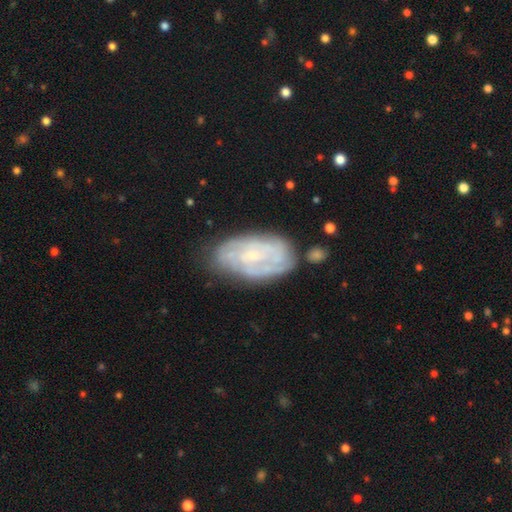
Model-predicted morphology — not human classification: smooth-or-featured: featured or disk: 72% | smooth: 20% | star or artifact: 7%
  disk-edge-on: no: 95% | yes: 5%
    bar: no: 57% | weak: 35% | strong: 8%
    has-spiral-arms: yes: 82% | no: 18%
      spiral-winding: tight: 65% | medium: 27% | loose: 8%
      spiral-arm-count: can't tell: 50% | 2: 21% | 3: 13% | 4: 8% | 1: 4% | more than 4: 4%
    bulge-size: small: 72% | moderate: 17% | none: 8% | large: 1% | dominant: 1%
  merging: none: 68% | minor disturbance: 21% | major disturbance: 7% | merger: 4%